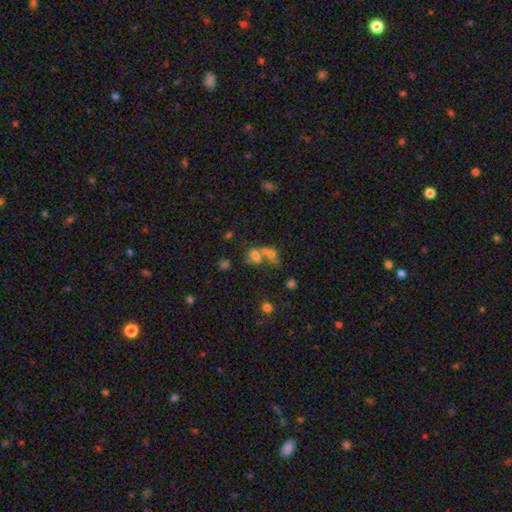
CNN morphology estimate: Smooth or featured? Predicted: smooth (p=0.61). How rounded? Predicted: in between (p=0.59). Merging? Predicted: merger (p=0.56).